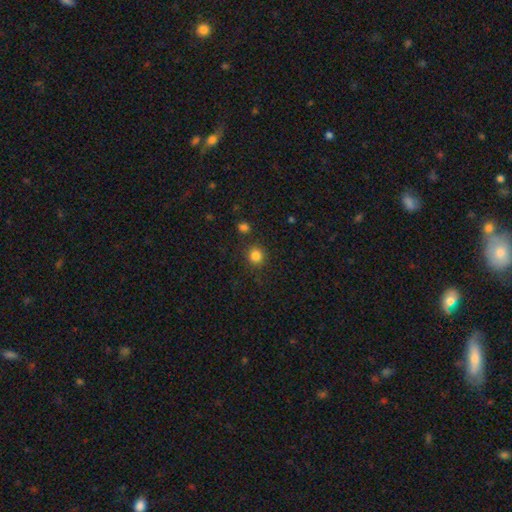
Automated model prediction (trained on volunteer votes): A smooth galaxy with no disk features (83%) that is round (89%). Merging: none (86%).